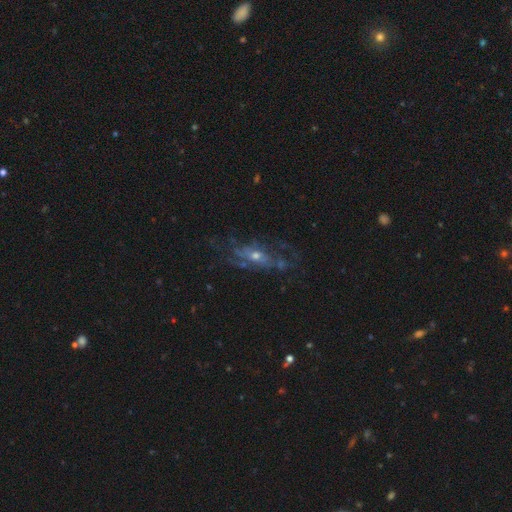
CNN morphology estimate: Overall: featured or disk (75%). Edge-on disk: no (85%). Bar: no (70%). Spiral arms: yes (71%). Bulge size: small (49%; moderate 45%). Merging: none (55%; major disturbance 22%).